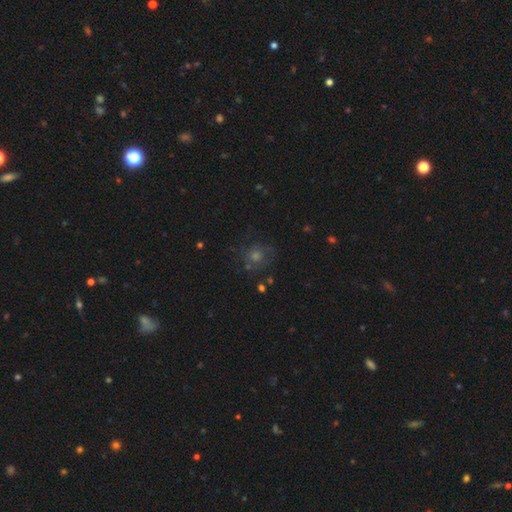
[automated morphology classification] Overall: smooth (41%; star or artifact 30%). Merging: none (73%).